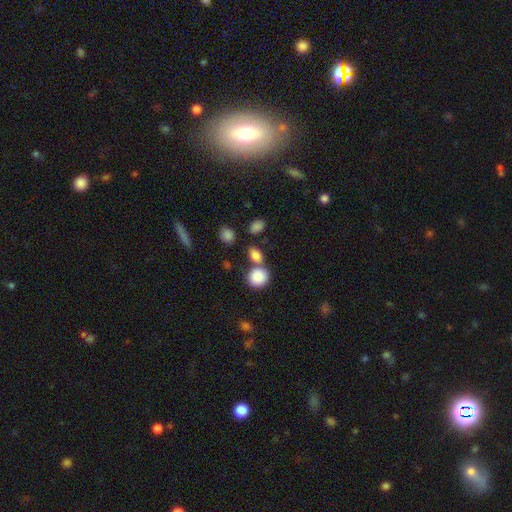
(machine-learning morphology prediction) This is clearly a smooth galaxy (85%). How rounded: possibly round (53%). Merging: possibly none (54%).